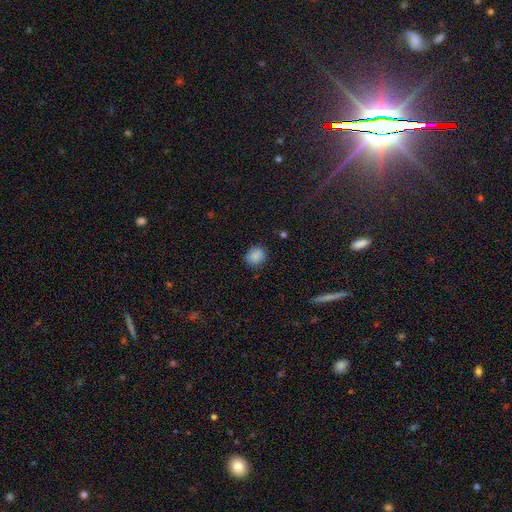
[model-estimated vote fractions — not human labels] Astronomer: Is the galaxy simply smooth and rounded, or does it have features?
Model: smooth — 86%.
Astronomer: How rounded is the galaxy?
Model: round — 72%.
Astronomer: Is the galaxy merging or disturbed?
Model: none — 83%.